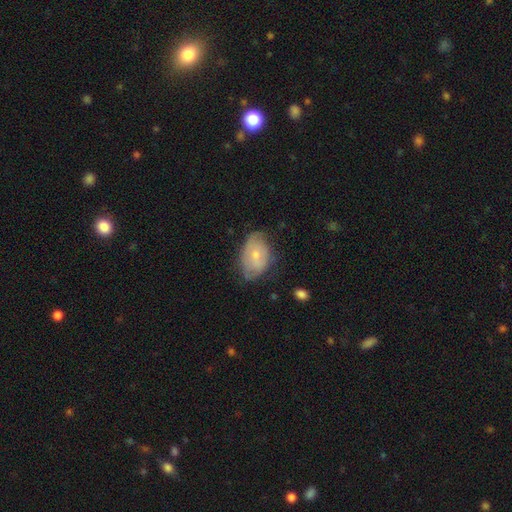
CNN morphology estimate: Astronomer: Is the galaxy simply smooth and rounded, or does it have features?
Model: smooth — 54% (runner-up: featured or disk, 39%).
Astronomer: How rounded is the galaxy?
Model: in between — 84%.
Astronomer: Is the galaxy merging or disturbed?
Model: none — 54% (runner-up: minor disturbance, 34%).